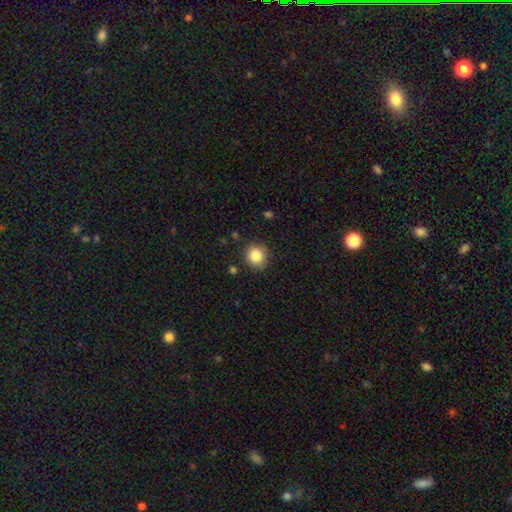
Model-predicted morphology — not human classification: smooth-or-featured: smooth: 85% | star or artifact: 10% | featured or disk: 5%
  how-rounded: round: 90% | in between: 10% | cigar-shaped: 1%
  merging: none: 87% | minor disturbance: 9% | major disturbance: 2% | merger: 2%